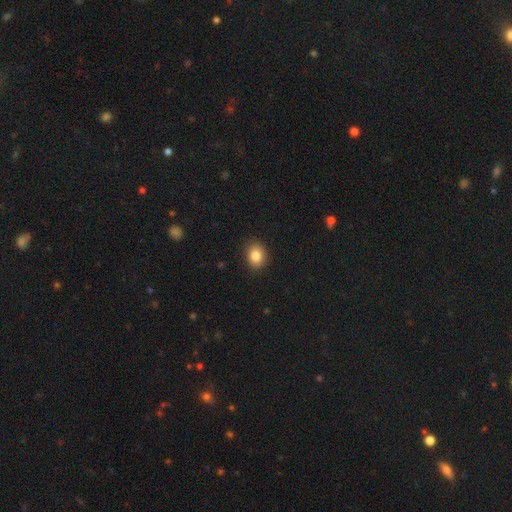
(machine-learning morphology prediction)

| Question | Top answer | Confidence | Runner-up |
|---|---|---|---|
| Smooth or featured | smooth | 85% | star or artifact (10%) |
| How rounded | in between | 51% | round (48%) |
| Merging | none | 87% | minor disturbance (10%) |